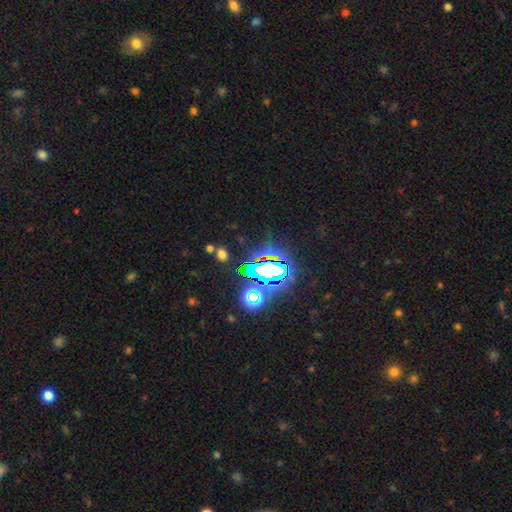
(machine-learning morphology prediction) star or artifact 81%, smooth 11%, featured or disk 8%.